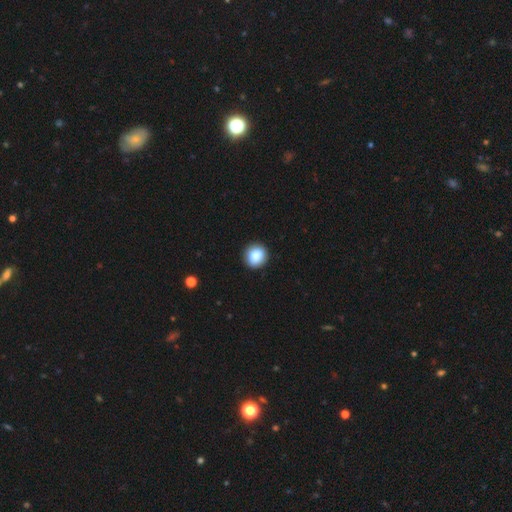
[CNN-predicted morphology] A smooth galaxy with no disk features (86%) that is round (85%). Merging: none (91%).